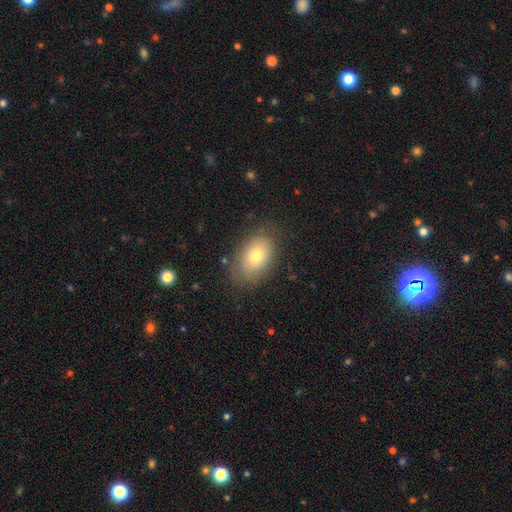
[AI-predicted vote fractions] Smooth or featured?
  - smooth: 76% *
  - featured or disk: 15%
  - star or artifact: 9%
How rounded?
  - in between: 85% *
  - round: 14%
  - cigar-shaped: 1%
Merging?
  - none: 80% *
  - minor disturbance: 14%
  - major disturbance: 5%
  - merger: 1%